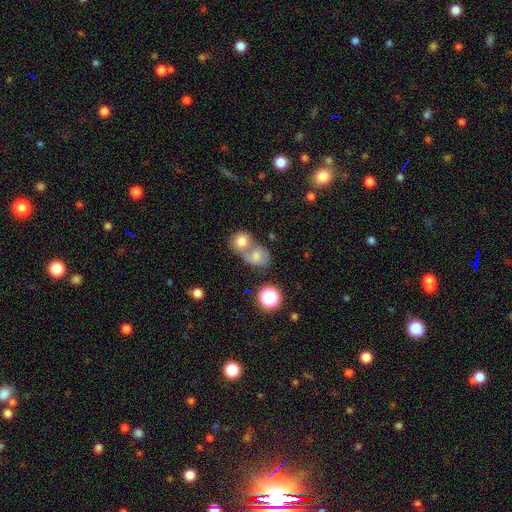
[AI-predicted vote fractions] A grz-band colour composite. It shows a smooth galaxy with no disk features (64%) that is round (66%). Merging: merger (54%).